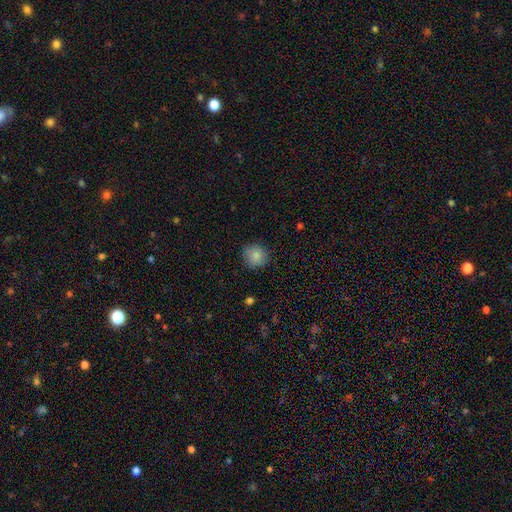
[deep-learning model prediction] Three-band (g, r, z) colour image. It shows a smooth galaxy with no disk features (85%) that is round (88%). Merging: none (84%).